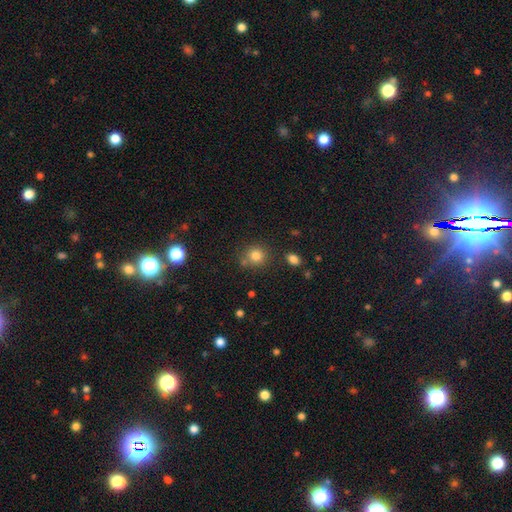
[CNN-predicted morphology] This appears to be a smooth galaxy with no disk features (81%) that is round (85%). Merging: none (73%).